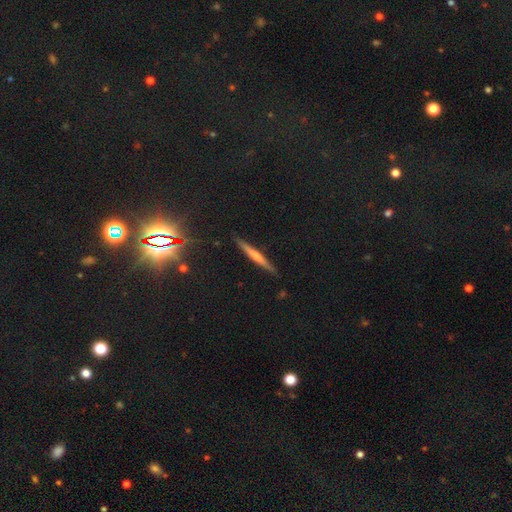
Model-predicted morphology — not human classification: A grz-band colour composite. It shows a featured or disk galaxy (48%). Merging: none (89%).